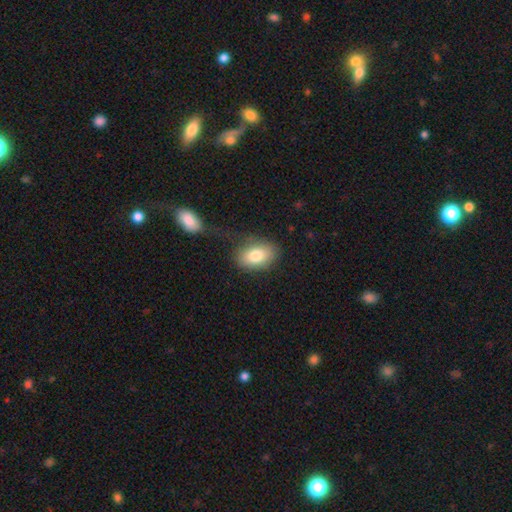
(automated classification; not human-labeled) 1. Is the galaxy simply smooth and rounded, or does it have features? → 80% smooth, 12% featured or disk, 8% star or artifact.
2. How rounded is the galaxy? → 85% in between, 14% round, 2% cigar-shaped.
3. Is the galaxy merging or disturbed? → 71% none, 17% minor disturbance, 7% major disturbance, 5% merger.